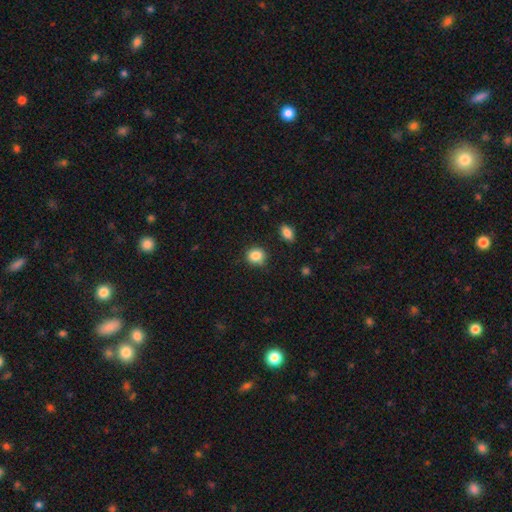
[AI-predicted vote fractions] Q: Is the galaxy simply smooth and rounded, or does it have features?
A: smooth — 85%.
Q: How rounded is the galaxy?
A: round — 79%.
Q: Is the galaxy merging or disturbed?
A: none — 83%.